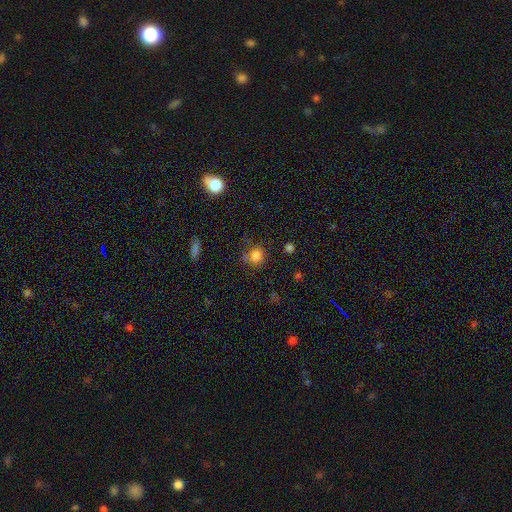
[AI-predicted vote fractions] Overall: smooth (81%). How rounded: round (81%). Merging: none (67%).